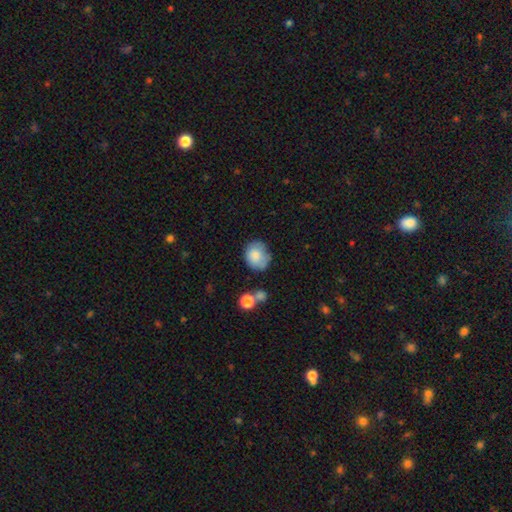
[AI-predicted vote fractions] Overall: smooth (79%). How rounded: round (68%; in between 31%). Merging: none (60%; minor disturbance 26%).